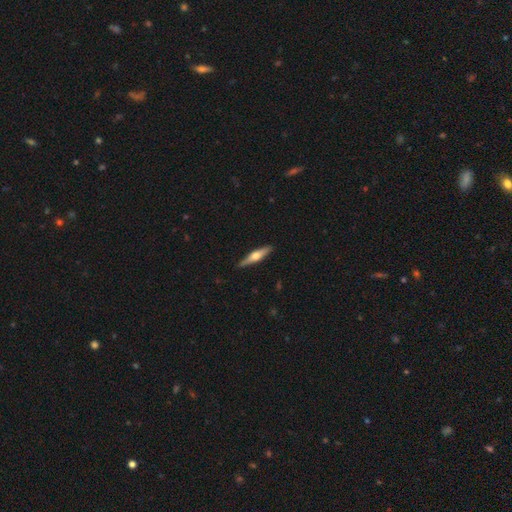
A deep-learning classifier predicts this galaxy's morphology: type=featured or disk (56%); edge-on=yes (96%); edge-on bulge=rounded (91%); merging=none (89%).